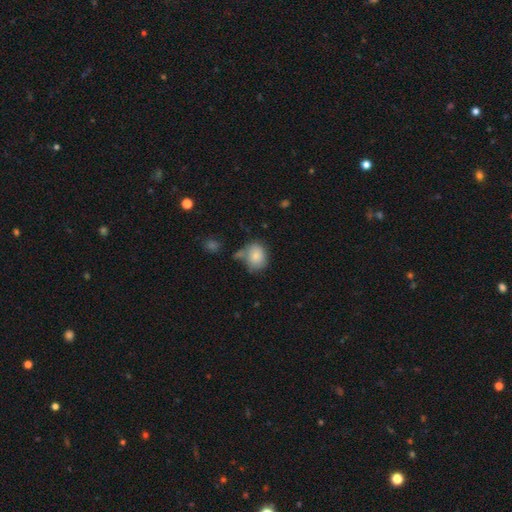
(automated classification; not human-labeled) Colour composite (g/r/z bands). It shows a smooth galaxy with no disk features (83%) that is round (50%). Merging: none (54%).